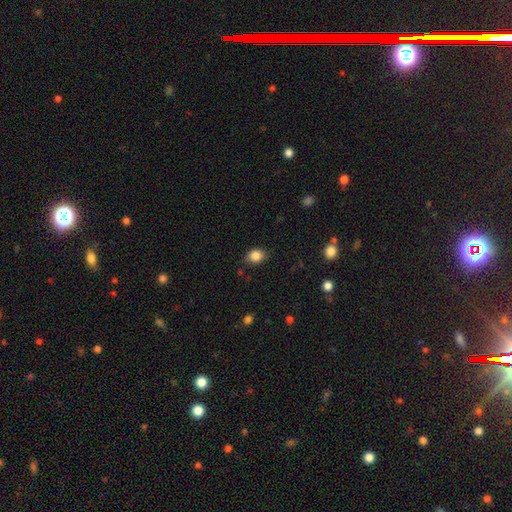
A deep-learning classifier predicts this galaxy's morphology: This is clearly a smooth galaxy (85%). How rounded: possibly in between (52%). Merging: likely none (79%).